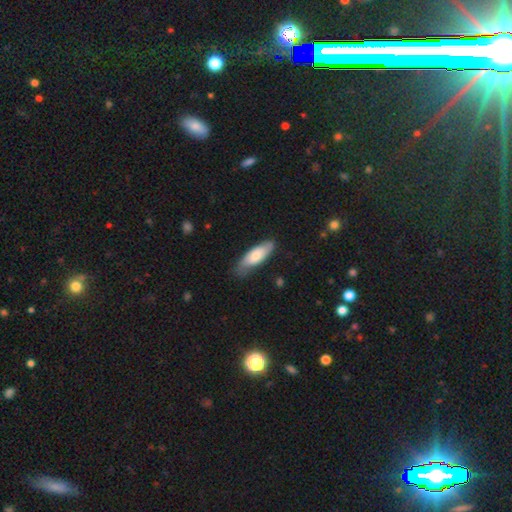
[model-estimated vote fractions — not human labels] smooth 66%, featured or disk 29%, star or artifact 5%. Down the decision tree: how rounded — in between (65%); merging — none (69%).